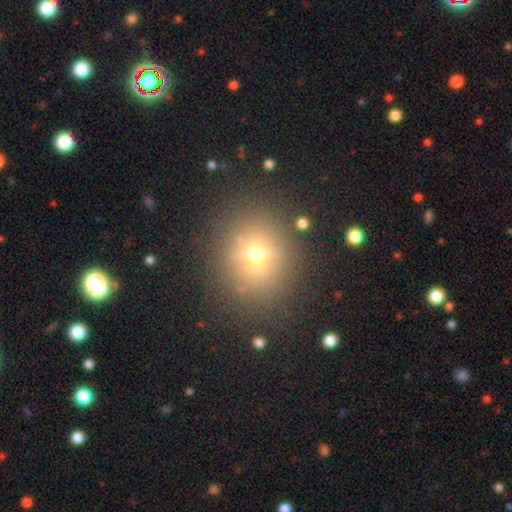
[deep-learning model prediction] Smooth or featured: smooth — 56% (featured or disk — 24%)
How rounded: round — 82% (in between — 17%)
Merging: none — 82% (minor disturbance — 10%)